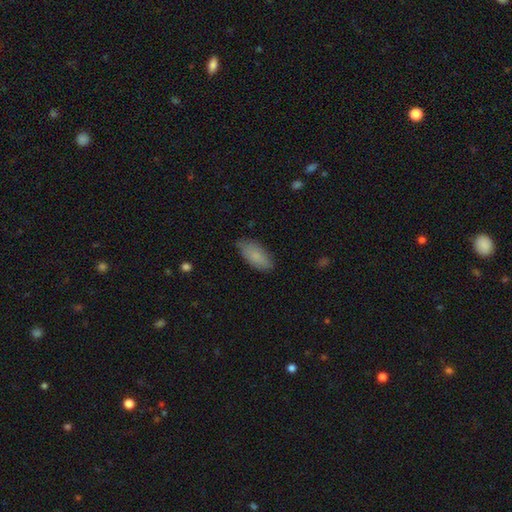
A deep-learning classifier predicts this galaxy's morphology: Overall: smooth (83%). How rounded: in between (87%). Merging: none (78%).